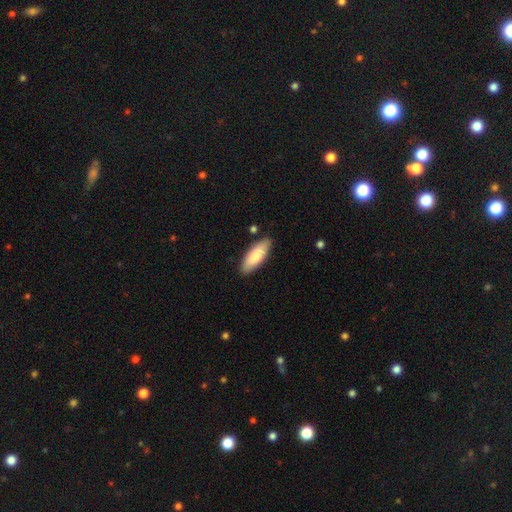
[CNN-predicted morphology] smooth-or-featured: smooth: 82% | featured or disk: 13% | star or artifact: 5%
  how-rounded: in between: 68% | cigar-shaped: 30% | round: 2%
  merging: none: 85% | minor disturbance: 11% | merger: 2% | major disturbance: 2%